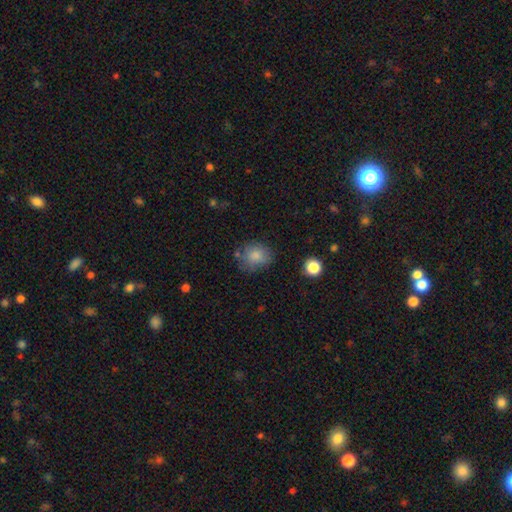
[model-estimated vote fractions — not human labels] Smooth or featured: smooth — 83% (star or artifact — 9%)
How rounded: round — 63% (in between — 36%)
Merging: none — 67% (minor disturbance — 21%)